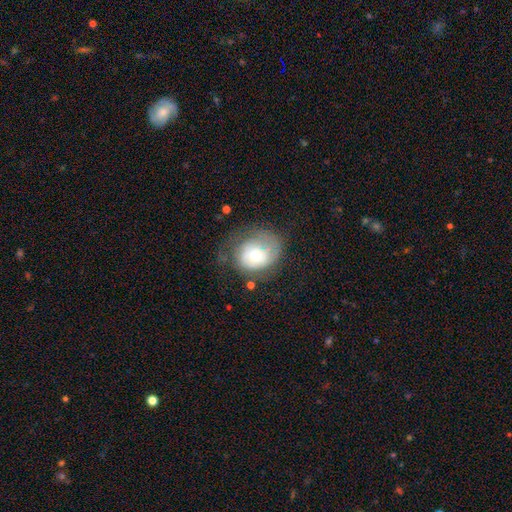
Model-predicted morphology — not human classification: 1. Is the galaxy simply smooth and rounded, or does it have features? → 47% featured or disk, 45% smooth, 8% star or artifact.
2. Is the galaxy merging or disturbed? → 47% none, 29% minor disturbance, 22% major disturbance, 3% merger.